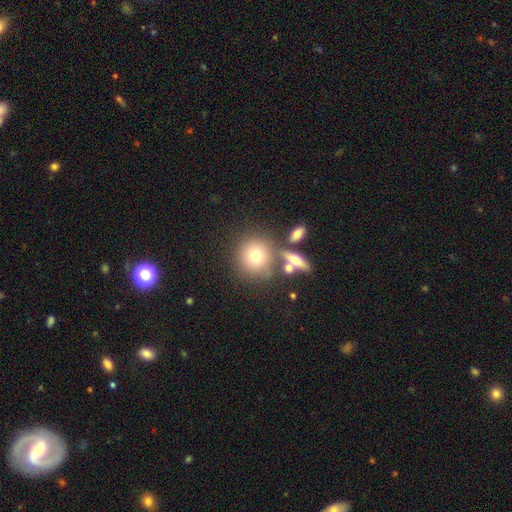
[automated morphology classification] Q: Smooth or featured?
A: smooth (72%); runner-up: featured or disk (16%)
Q: How rounded?
A: round (88%); runner-up: in between (10%)
Q: Merging?
A: none (68%); runner-up: merger (16%)